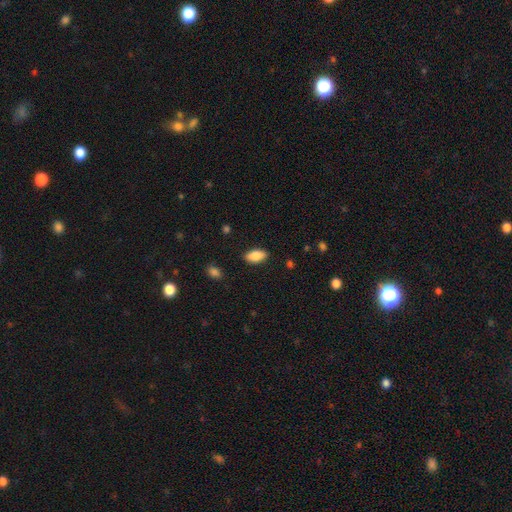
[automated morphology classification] Overall: smooth (85%). How rounded: in between (92%). Merging: none (87%).